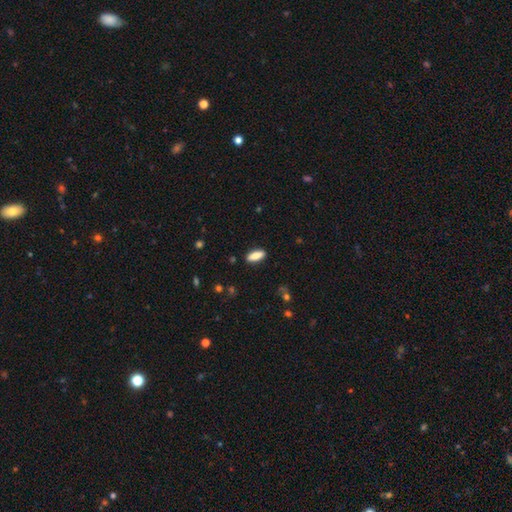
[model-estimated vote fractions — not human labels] A smooth galaxy with no disk features (85%) that is in between round and cigar-shaped (68%). Merging: none (88%).